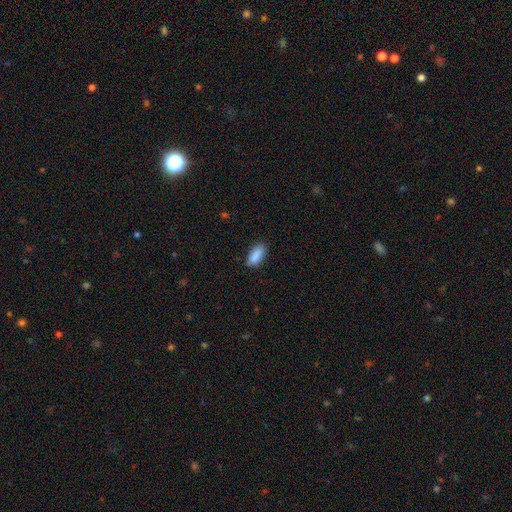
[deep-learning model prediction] This is clearly a smooth galaxy (89%). How rounded: clearly in between (84%). Merging: clearly none (80%).